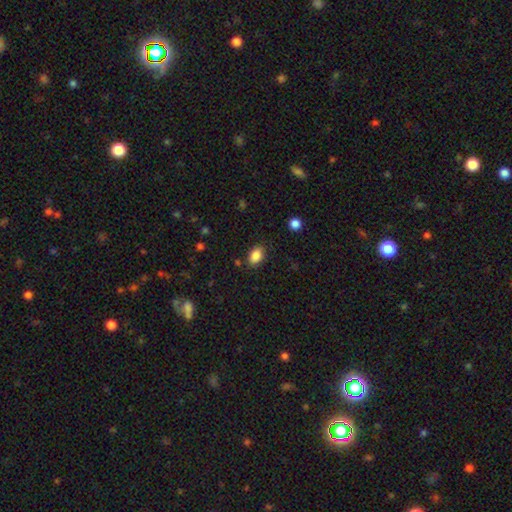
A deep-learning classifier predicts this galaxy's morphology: A smooth galaxy with no disk features (87%) that is in between round and cigar-shaped (86%). Merging: none (85%).